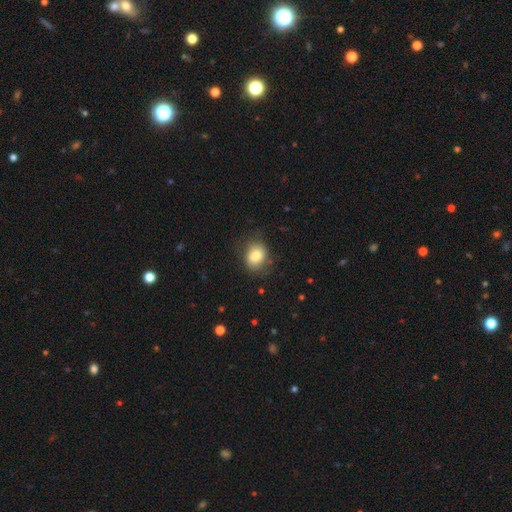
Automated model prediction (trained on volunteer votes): Smooth or featured? Predicted: smooth (p=0.83). How rounded? Predicted: in between (p=0.52). Merging? Predicted: none (p=0.76).